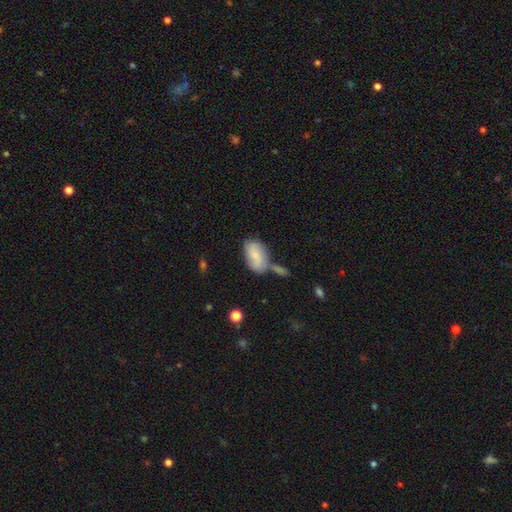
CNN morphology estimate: A smooth galaxy with no disk features (70%) that is in between round and cigar-shaped (92%).

Vote fractions:
- Smooth or featured? smooth: 70% / featured or disk: 23% / star or artifact: 7%
- How rounded? in between: 92% / round: 6% / cigar-shaped: 2%
- Merging? none: 44% / merger: 28% / minor disturbance: 20% / major disturbance: 7%